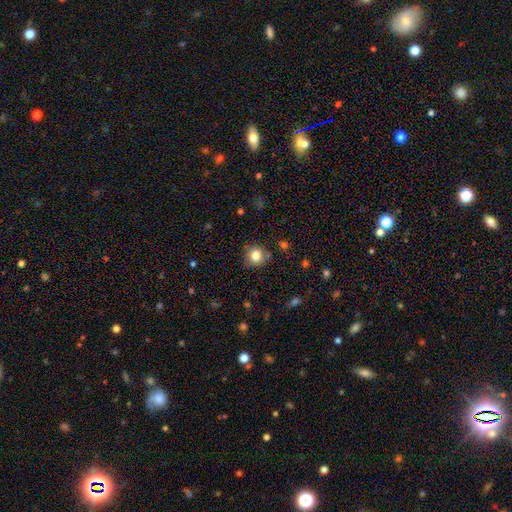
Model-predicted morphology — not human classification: A smooth galaxy with no disk features (81%) that is round (89%).

Vote fractions:
- Smooth or featured? smooth: 81% / star or artifact: 11% / featured or disk: 8%
- How rounded? round: 89% / in between: 10% / cigar-shaped: 1%
- Merging? none: 81% / minor disturbance: 13% / major disturbance: 3% / merger: 2%